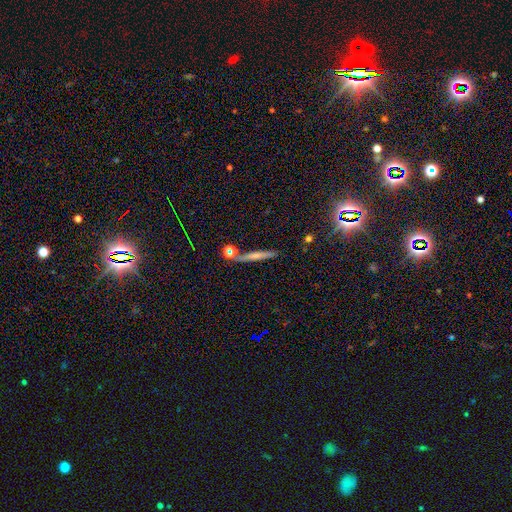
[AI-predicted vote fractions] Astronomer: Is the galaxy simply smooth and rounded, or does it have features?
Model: smooth — 48% (runner-up: featured or disk, 39%).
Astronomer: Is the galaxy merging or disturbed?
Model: none — 79%.